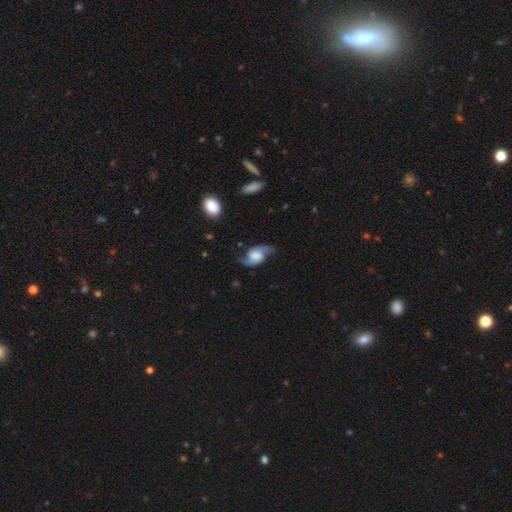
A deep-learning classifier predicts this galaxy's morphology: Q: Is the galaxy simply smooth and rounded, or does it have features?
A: featured or disk — 80%.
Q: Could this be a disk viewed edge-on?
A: no — 96%.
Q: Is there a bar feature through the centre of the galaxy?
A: no — 53%.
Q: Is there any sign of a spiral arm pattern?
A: yes — 95%.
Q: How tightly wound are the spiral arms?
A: loose — 64%.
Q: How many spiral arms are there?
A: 2 — 92%.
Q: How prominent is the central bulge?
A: large — 34%.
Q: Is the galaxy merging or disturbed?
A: none — 72%.